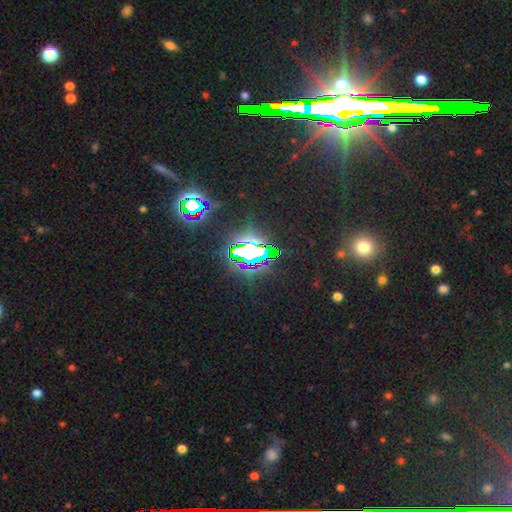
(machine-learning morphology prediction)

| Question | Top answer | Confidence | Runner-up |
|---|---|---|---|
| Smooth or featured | star or artifact | 77% | smooth (13%) |